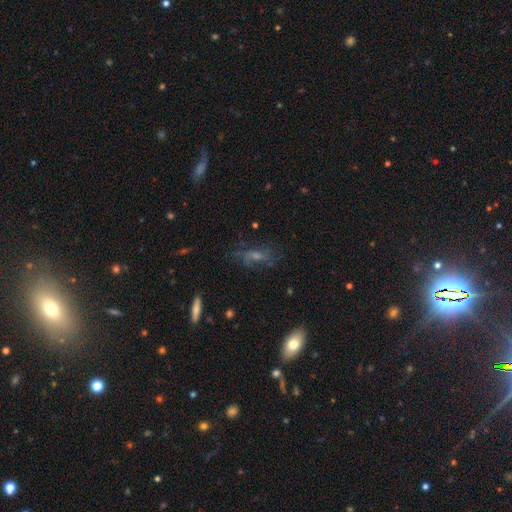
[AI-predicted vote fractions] A featured or disk galaxy (48%). Merging: none (65%).